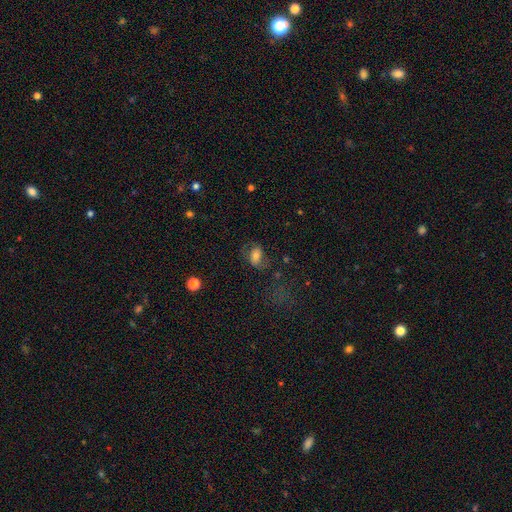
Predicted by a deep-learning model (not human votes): Morphology: type=smooth (57%); roundness=in between (81%); merging=none (54%).